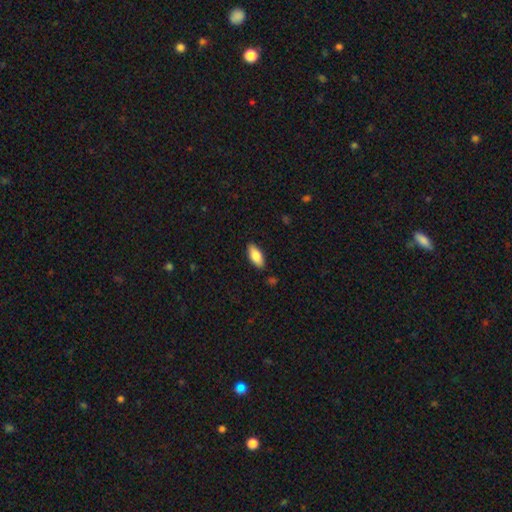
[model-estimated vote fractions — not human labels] Q: Smooth or featured?
A: smooth (84%); runner-up: featured or disk (10%)
Q: How rounded?
A: in between (86%); runner-up: cigar-shaped (12%)
Q: Merging?
A: none (86%); runner-up: minor disturbance (10%)